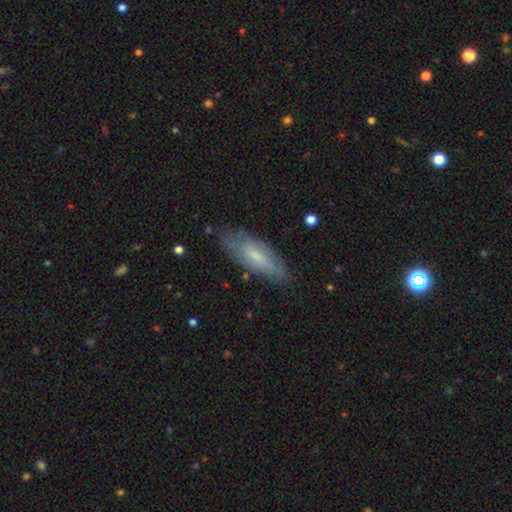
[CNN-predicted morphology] This is possibly a smooth galaxy (47%). Merging: likely none (76%).